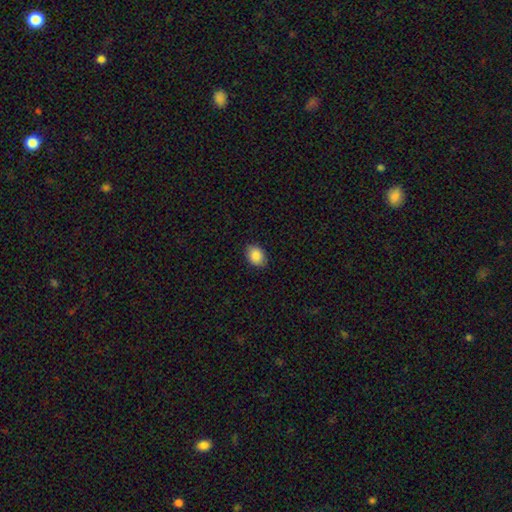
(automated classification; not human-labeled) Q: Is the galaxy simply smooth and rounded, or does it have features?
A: smooth — 89%.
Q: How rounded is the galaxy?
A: in between — 77%.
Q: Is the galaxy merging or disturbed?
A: none — 86%.